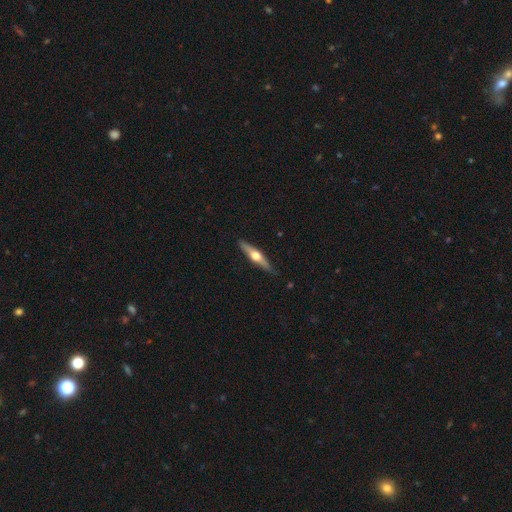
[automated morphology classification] type=featured or disk (62%); edge-on=yes (95%); edge-on bulge=rounded (95%); merging=none (87%).